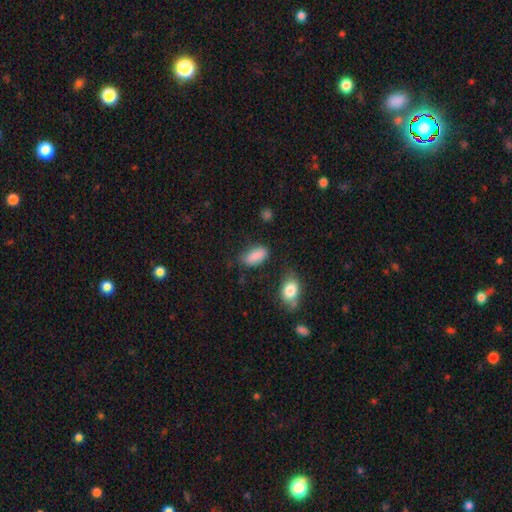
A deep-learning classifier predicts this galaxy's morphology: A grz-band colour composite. It shows a smooth galaxy with no disk features (87%) that is in between round and cigar-shaped (88%). Merging: none (67%).